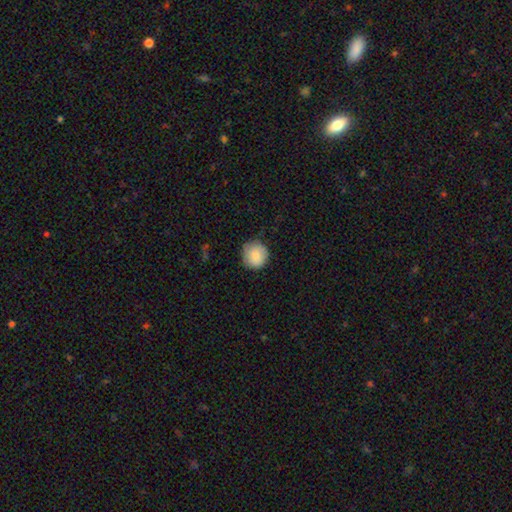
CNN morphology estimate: Smooth or featured: smooth — 86% (featured or disk — 7%)
How rounded: round — 92% (in between — 7%)
Merging: none — 79% (minor disturbance — 17%)